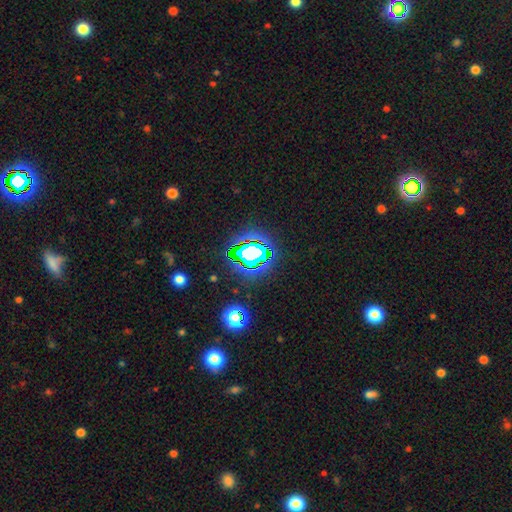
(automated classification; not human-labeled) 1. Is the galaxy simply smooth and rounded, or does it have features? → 78% star or artifact, 14% smooth, 8% featured or disk.